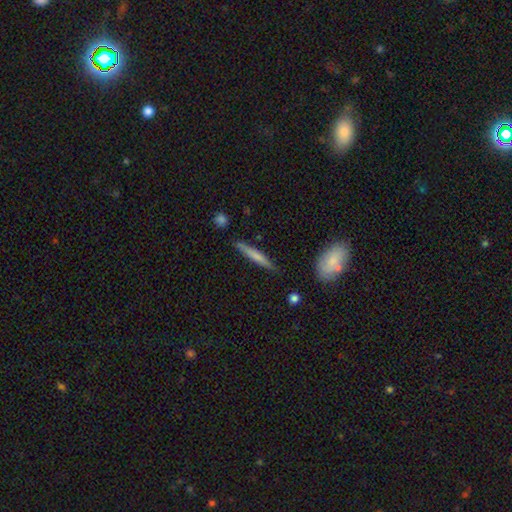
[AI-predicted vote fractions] A smooth galaxy with no disk features (62%) that is cigar-shaped (94%).

Vote fractions:
- Smooth or featured? smooth: 62% / featured or disk: 32% / star or artifact: 5%
- How rounded? cigar-shaped: 94% / in between: 5% / round: 2%
- Merging? none: 85% / minor disturbance: 11% / merger: 2% / major disturbance: 2%